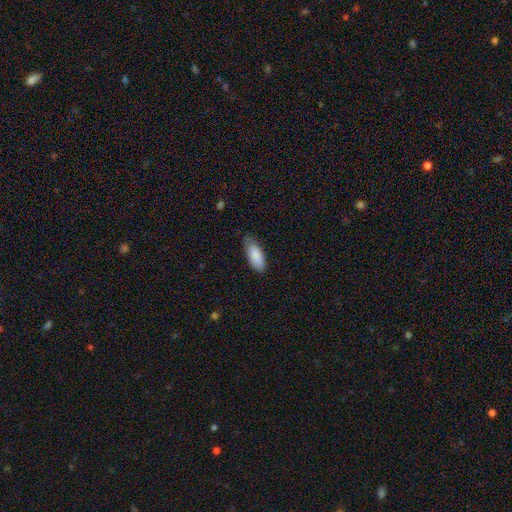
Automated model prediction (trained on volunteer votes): Smooth or featured? smooth (89%)
How rounded? in between (82%)
Merging? none (67%)